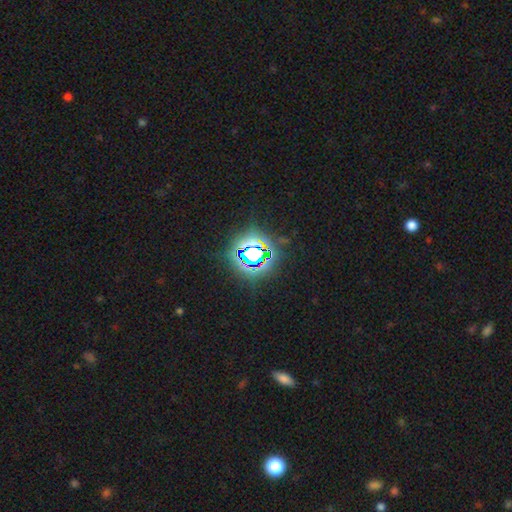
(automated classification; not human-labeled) Smooth or featured?
  - star or artifact: 81% *
  - smooth: 12%
  - featured or disk: 7%